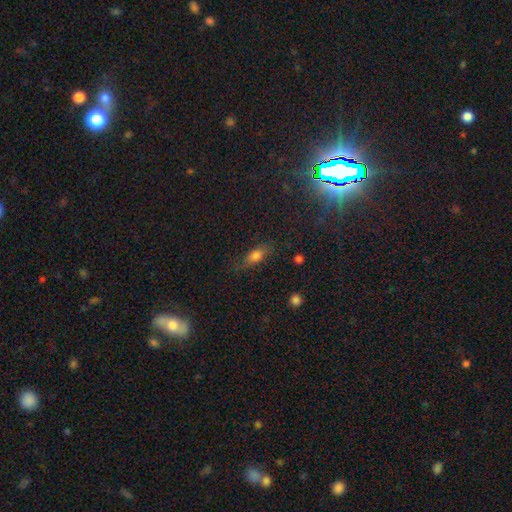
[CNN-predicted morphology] Overall: smooth (74%). How rounded: in between (76%). Merging: none (72%).